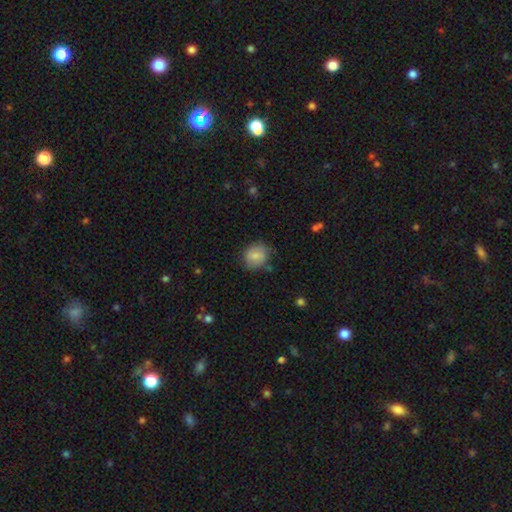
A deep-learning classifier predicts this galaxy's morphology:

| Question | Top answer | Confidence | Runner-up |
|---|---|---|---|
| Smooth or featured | smooth | 78% | featured or disk (14%) |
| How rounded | round | 70% | in between (29%) |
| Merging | none | 76% | minor disturbance (17%) |